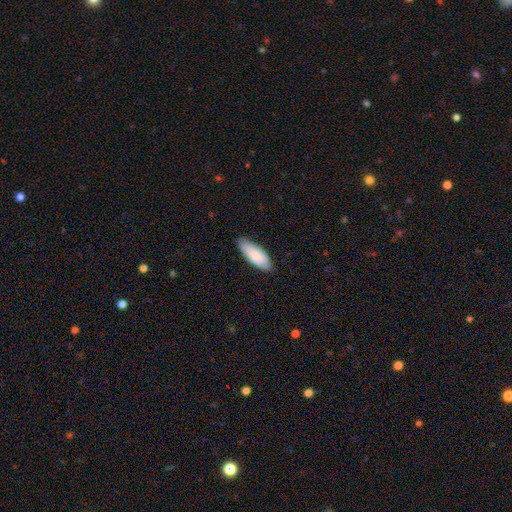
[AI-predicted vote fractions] smooth-or-featured: smooth: 83% | featured or disk: 12% | star or artifact: 5%
  how-rounded: in between: 73% | cigar-shaped: 26% | round: 2%
  merging: none: 81% | minor disturbance: 16% | major disturbance: 2% | merger: 1%